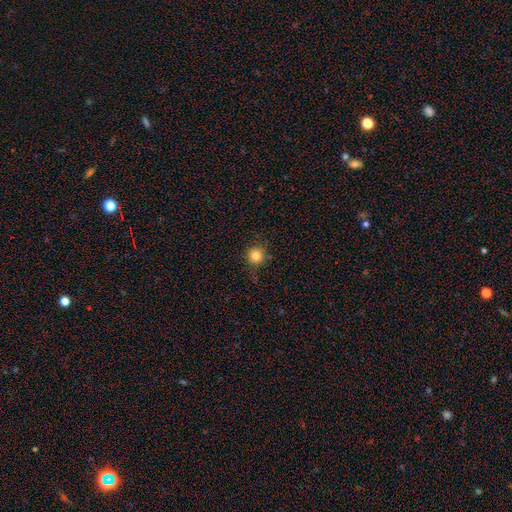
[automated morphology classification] A smooth galaxy with no disk features (84%) that is round (95%). Merging: none (85%).